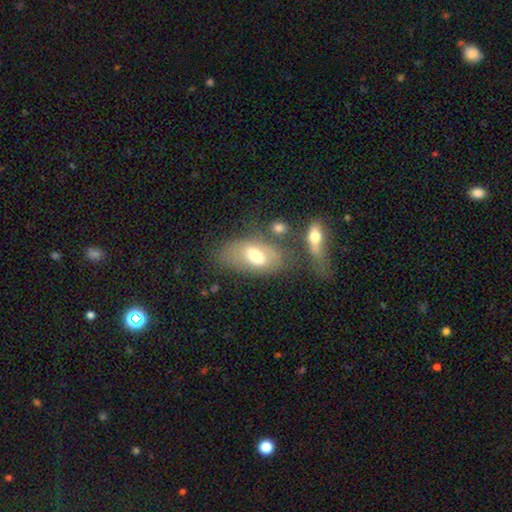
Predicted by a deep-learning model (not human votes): Morphology: type=smooth (58%); roundness=in between (90%); merging=none (46%).